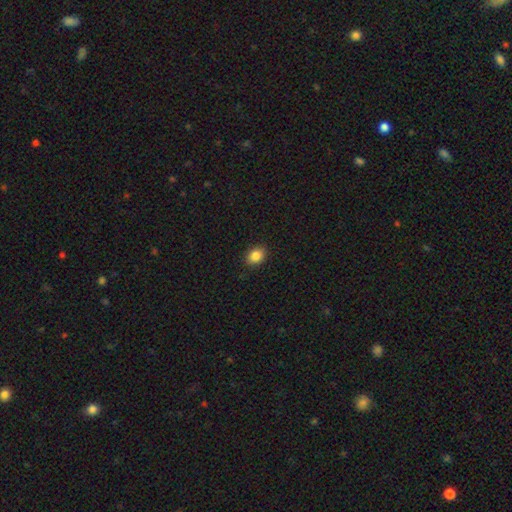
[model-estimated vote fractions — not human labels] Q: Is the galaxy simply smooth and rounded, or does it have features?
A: smooth — 86%.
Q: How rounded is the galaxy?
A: in between — 60%.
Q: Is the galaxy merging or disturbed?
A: none — 89%.